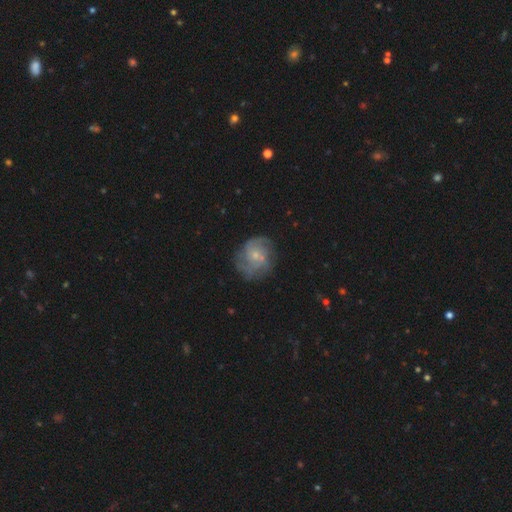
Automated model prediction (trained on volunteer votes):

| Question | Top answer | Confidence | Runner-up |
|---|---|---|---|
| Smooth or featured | featured or disk | 66% | smooth (26%) |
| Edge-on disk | no | 98% | yes (2%) |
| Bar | no | 70% | weak (27%) |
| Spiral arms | yes | 82% | no (18%) |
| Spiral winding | medium | 43% | tight (38%) |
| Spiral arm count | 2 | 35% | can't tell (33%) |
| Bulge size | small | 65% | moderate (27%) |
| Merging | none | 64% | minor disturbance (21%) |